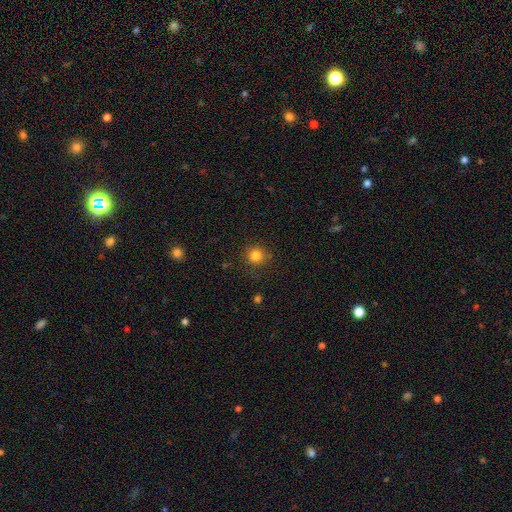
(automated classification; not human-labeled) The model was most divided on "smooth or featured": smooth: 82%, star or artifact: 13%, featured or disk: 5%. More confident: how rounded — round (93%); merging — none (87%).